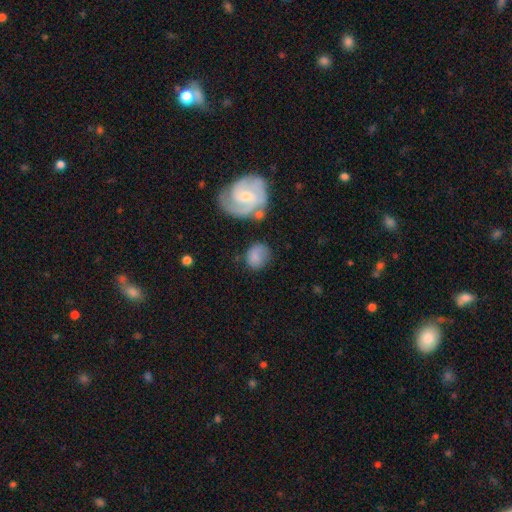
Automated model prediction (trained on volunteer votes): The model was most divided on "how rounded": round: 62%, in between: 37%, cigar-shaped: 2%. More confident: smooth or featured — smooth (65%); merging — none (58%).